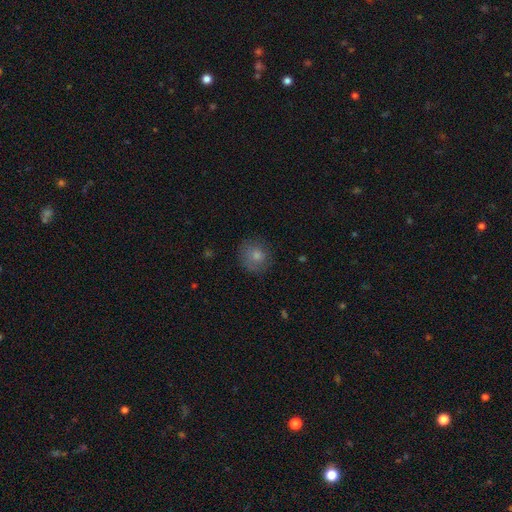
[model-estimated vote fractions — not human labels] smooth-or-featured: smooth: 79% | featured or disk: 11% | star or artifact: 10%
  how-rounded: round: 86% | in between: 13% | cigar-shaped: 1%
  merging: none: 78% | minor disturbance: 16% | major disturbance: 5% | merger: 1%